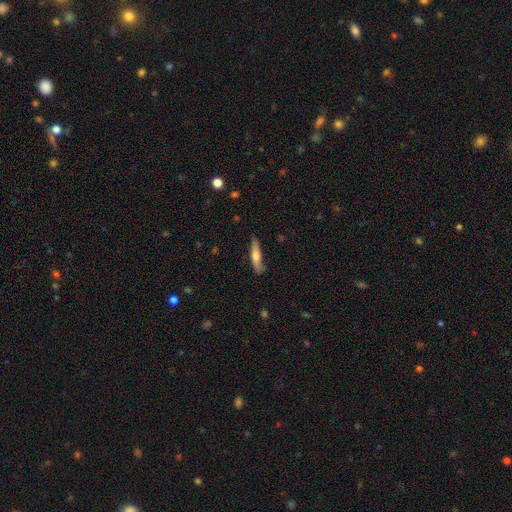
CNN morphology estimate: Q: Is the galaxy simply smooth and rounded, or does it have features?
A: smooth — 55%.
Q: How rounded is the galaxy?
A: cigar-shaped — 84%.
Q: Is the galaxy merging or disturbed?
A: none — 76%.